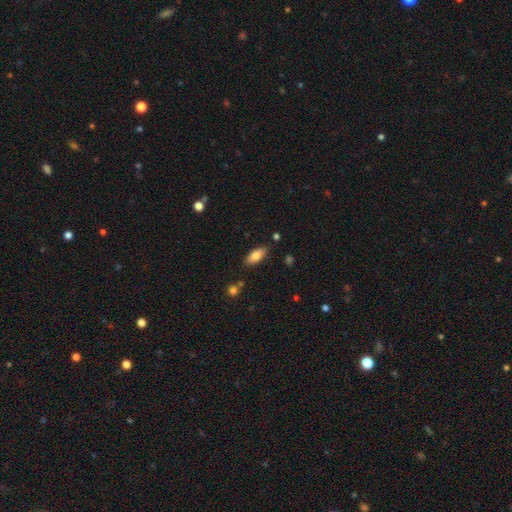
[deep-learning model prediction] Overall: smooth (78%). How rounded: in between (83%). Merging: none (83%).